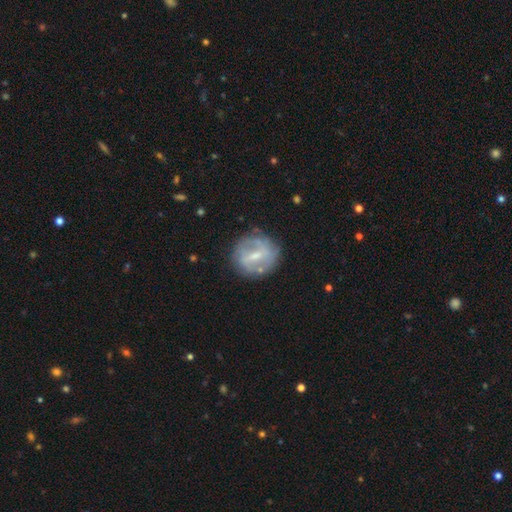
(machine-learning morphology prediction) Smooth or featured: featured or disk — 63% (smooth — 30%)
Edge-on disk: no — 96% (yes — 4%)
Bar: weak — 52% (strong — 31%)
Spiral arms: yes — 53% (no — 47%)
Bulge size: small — 51% (moderate — 38%)
Merging: none — 74% (minor disturbance — 17%)